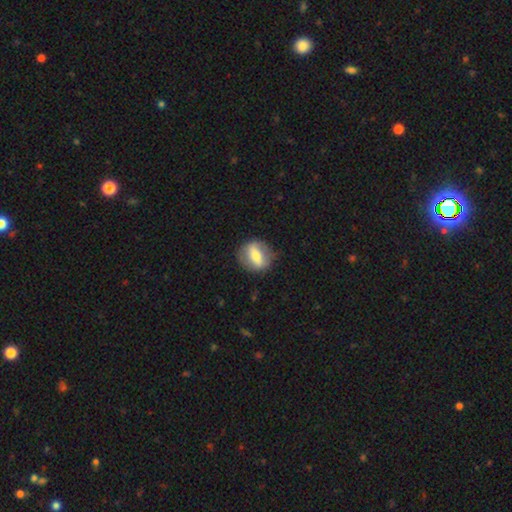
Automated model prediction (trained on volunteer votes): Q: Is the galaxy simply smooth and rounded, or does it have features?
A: smooth — 51%.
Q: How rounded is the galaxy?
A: round — 48%.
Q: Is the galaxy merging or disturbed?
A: none — 80%.